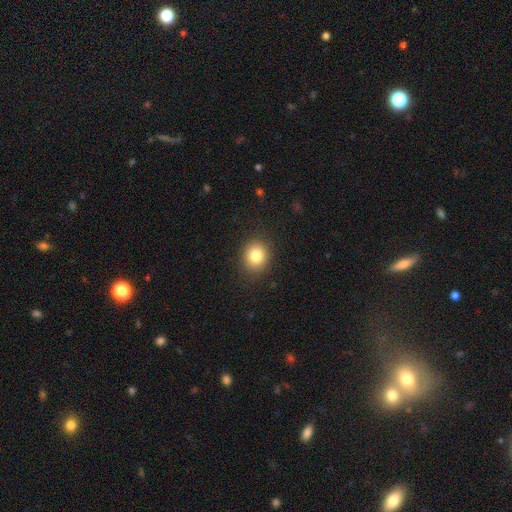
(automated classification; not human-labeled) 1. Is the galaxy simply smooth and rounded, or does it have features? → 82% smooth, 11% star or artifact, 7% featured or disk.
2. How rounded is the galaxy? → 73% round, 26% in between, 1% cigar-shaped.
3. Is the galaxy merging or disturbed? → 89% none, 8% minor disturbance, 3% major disturbance, 1% merger.